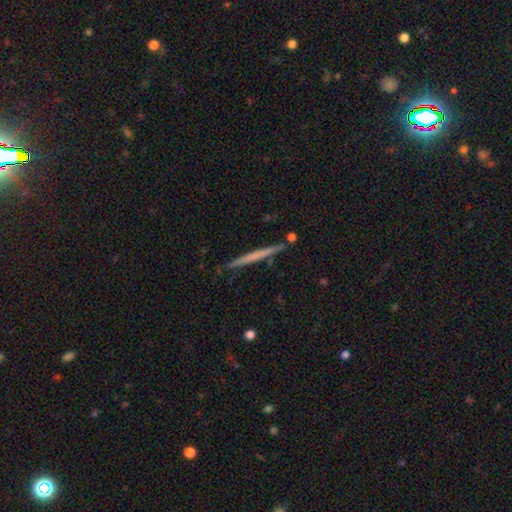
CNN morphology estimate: A featured or disk galaxy (48%). Merging: none (89%).